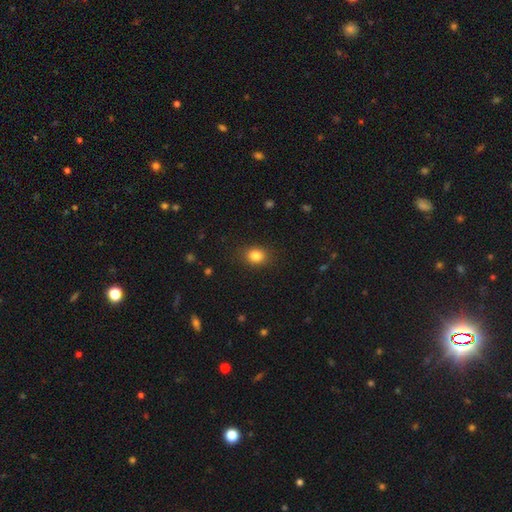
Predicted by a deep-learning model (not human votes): Smooth or featured? smooth (84%)
How rounded? round (51%)
Merging? none (87%)